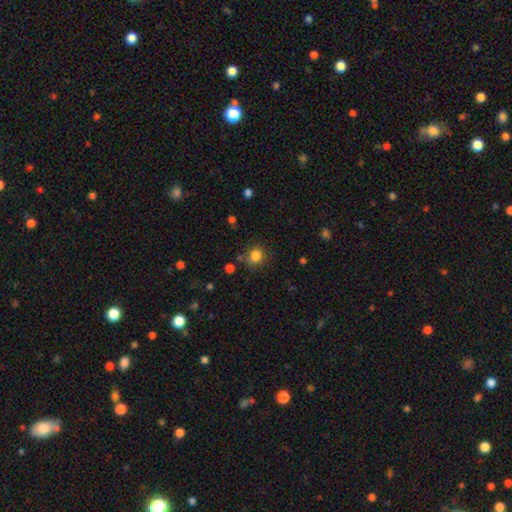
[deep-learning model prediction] Smooth or featured? smooth (83%)
How rounded? round (83%)
Merging? none (80%)